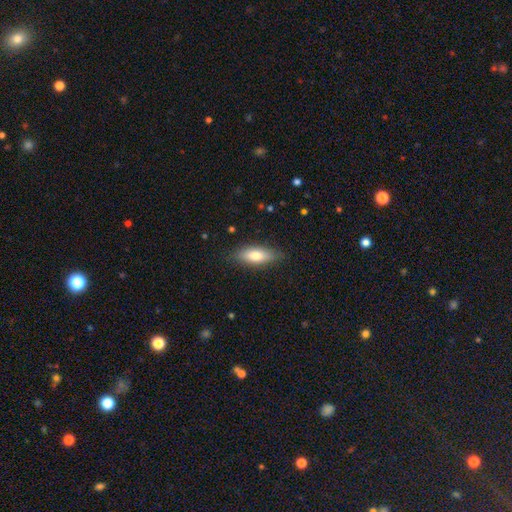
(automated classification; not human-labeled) A smooth galaxy with no disk features (72%) that is in between round and cigar-shaped (72%). Merging: none (82%).